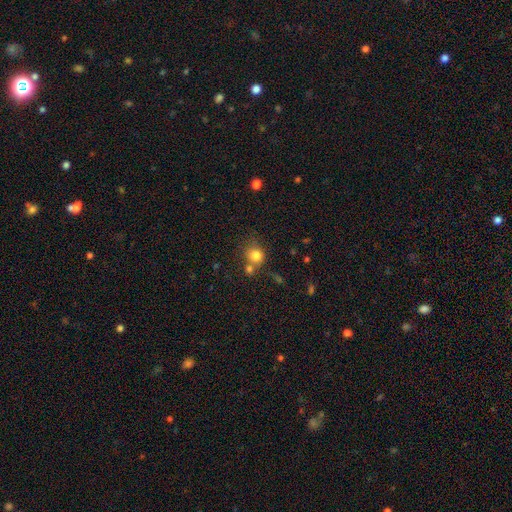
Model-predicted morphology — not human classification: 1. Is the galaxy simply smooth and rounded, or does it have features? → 81% smooth, 11% star or artifact, 8% featured or disk.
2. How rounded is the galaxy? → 82% round, 17% in between, 1% cigar-shaped.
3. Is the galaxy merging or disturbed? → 55% none, 27% merger, 13% minor disturbance, 5% major disturbance.